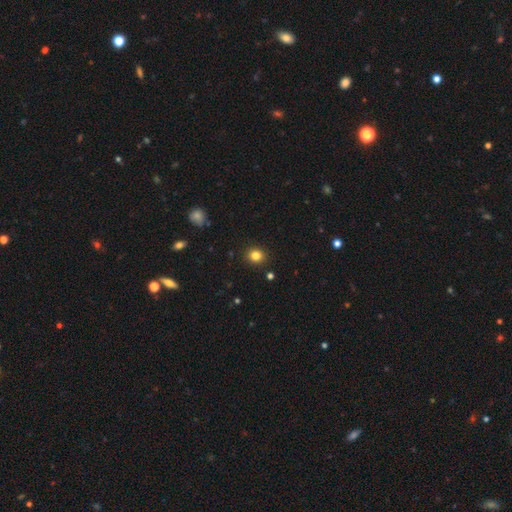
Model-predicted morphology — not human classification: Smooth or featured?
  - smooth: 82% *
  - star or artifact: 12%
  - featured or disk: 5%
How rounded?
  - round: 78% *
  - in between: 21%
  - cigar-shaped: 1%
Merging?
  - none: 90% *
  - minor disturbance: 6%
  - major disturbance: 2%
  - merger: 1%